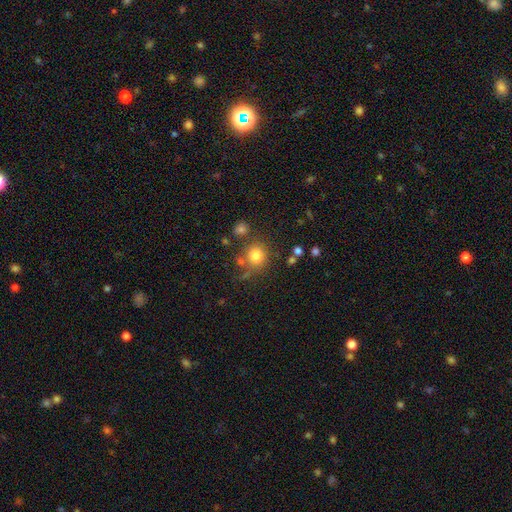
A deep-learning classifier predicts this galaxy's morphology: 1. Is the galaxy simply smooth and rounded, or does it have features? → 80% smooth, 13% star or artifact, 7% featured or disk.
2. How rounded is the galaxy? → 88% round, 11% in between, 1% cigar-shaped.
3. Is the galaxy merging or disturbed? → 71% none, 12% minor disturbance, 11% merger, 6% major disturbance.